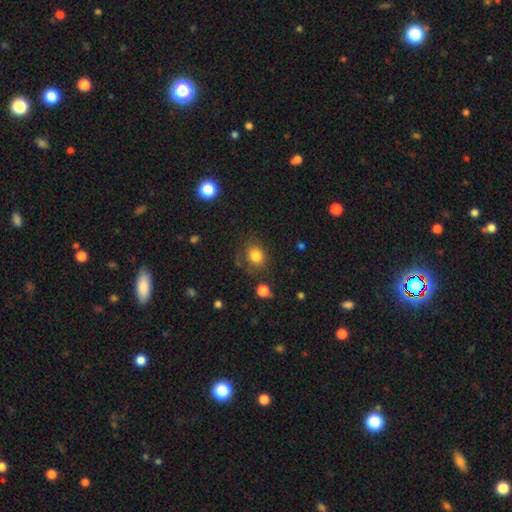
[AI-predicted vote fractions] Morphology: type=smooth (80%); roundness=round (74%); merging=none (71%).